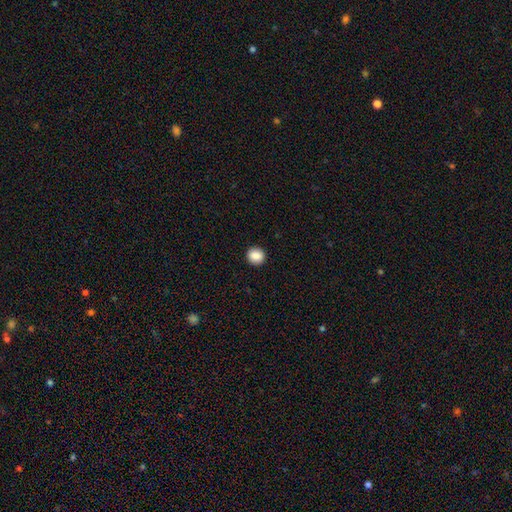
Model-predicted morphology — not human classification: smooth-or-featured: smooth: 87% | star or artifact: 9% | featured or disk: 4%
  how-rounded: round: 90% | in between: 9% | cigar-shaped: 1%
  merging: none: 92% | minor disturbance: 5% | major disturbance: 2% | merger: 1%